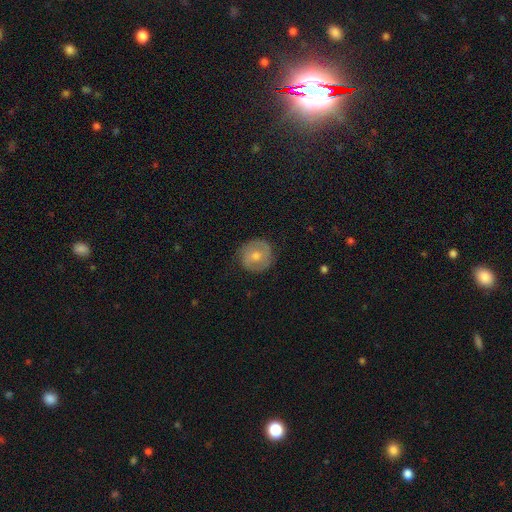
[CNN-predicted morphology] This is possibly a featured or disk galaxy (49%). Merging: clearly none (84%).